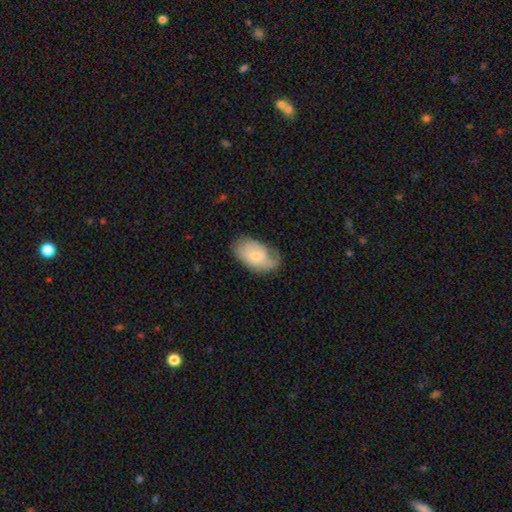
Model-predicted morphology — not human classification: smooth_or_featured: smooth (p=0.51) [alt: featured or disk p=0.43]
how_rounded: in between (p=0.92) [alt: round p=0.07]
merging: none (p=0.58) [alt: minor disturbance p=0.29]